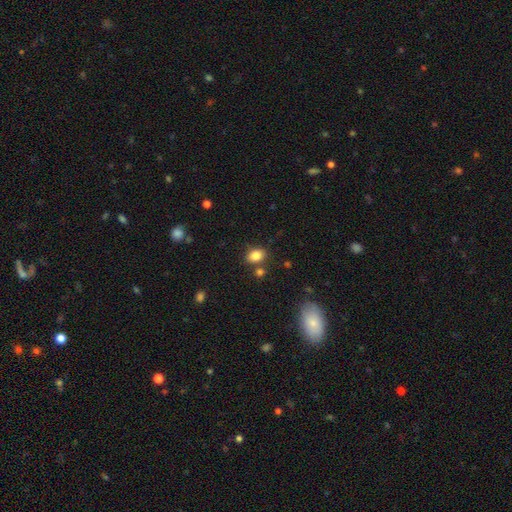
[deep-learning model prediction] Smooth or featured?
  - smooth: 83% *
  - star or artifact: 11%
  - featured or disk: 6%
How rounded?
  - in between: 66% *
  - round: 33%
  - cigar-shaped: 1%
Merging?
  - none: 75% *
  - minor disturbance: 12%
  - merger: 10%
  - major disturbance: 3%